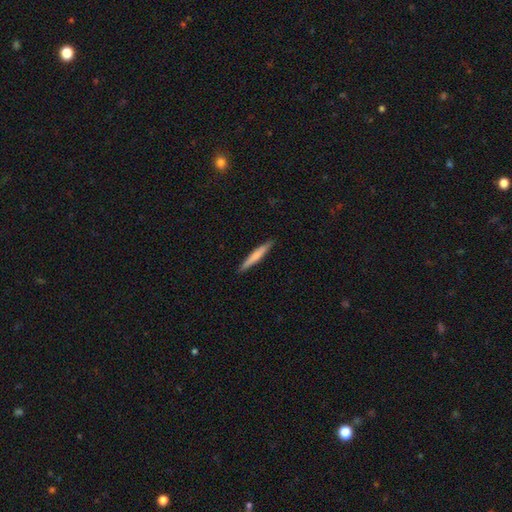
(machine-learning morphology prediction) The model was most divided on "smooth or featured": smooth: 66%, featured or disk: 29%, star or artifact: 5%. More confident: how rounded — cigar-shaped (95%); merging — none (91%).